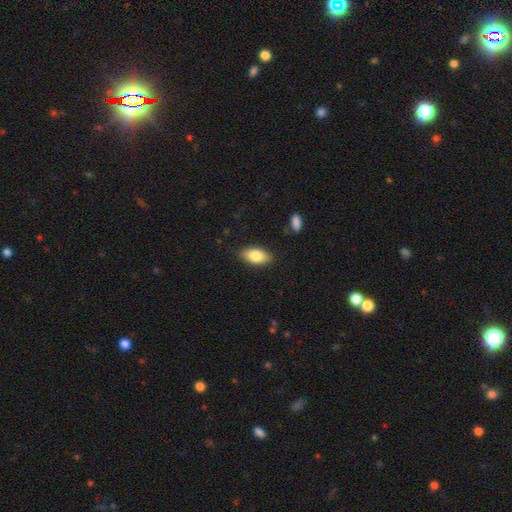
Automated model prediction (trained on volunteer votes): This is clearly a smooth galaxy (80%). How rounded: clearly in between (89%). Merging: clearly none (86%).